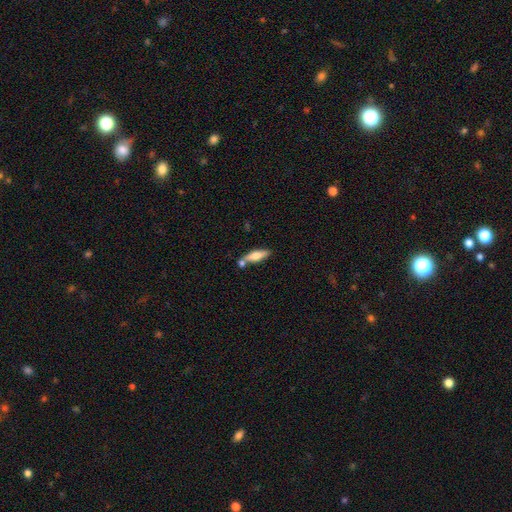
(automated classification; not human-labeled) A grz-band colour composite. It shows a smooth galaxy with no disk features (54%) that is cigar-shaped (60%). Merging: none (65%).